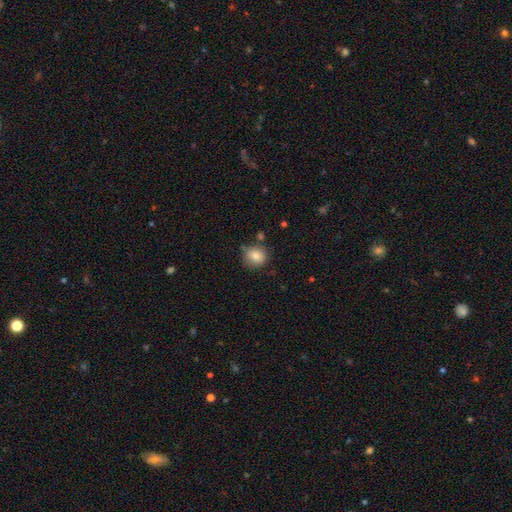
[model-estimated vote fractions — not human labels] Smooth or featured?
  - smooth: 83% *
  - star or artifact: 10%
  - featured or disk: 7%
How rounded?
  - round: 84% *
  - in between: 15%
  - cigar-shaped: 1%
Merging?
  - none: 75% *
  - minor disturbance: 16%
  - merger: 5%
  - major disturbance: 4%